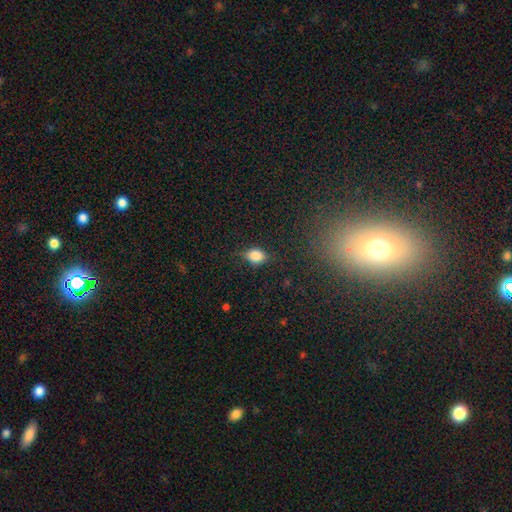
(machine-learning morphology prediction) smooth_or_featured: smooth (p=0.83) [alt: star or artifact p=0.10]
how_rounded: in between (p=0.62) [alt: round p=0.35]
merging: none (p=0.68) [alt: minor disturbance p=0.24]